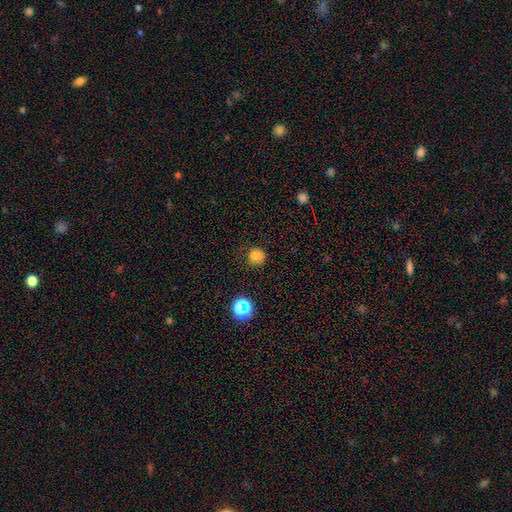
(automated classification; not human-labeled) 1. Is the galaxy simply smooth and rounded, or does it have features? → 75% smooth, 18% star or artifact, 7% featured or disk.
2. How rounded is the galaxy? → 87% round, 12% in between, 1% cigar-shaped.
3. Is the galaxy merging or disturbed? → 74% none, 17% minor disturbance, 6% major disturbance, 3% merger.